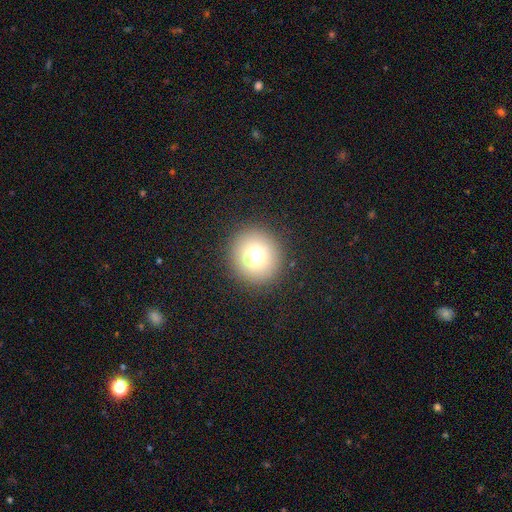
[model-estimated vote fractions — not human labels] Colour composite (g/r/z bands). It shows a smooth galaxy with no disk features (73%) that is round (92%). Merging: none (90%).